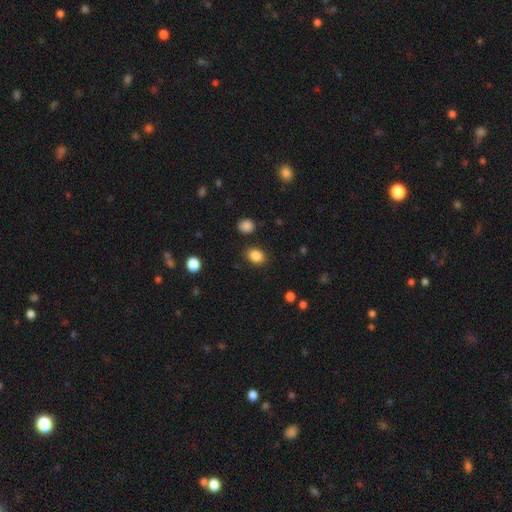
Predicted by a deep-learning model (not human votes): A smooth galaxy with no disk features (86%) that is in between round and cigar-shaped (58%).

Vote fractions:
- Smooth or featured? smooth: 86% / star or artifact: 10% / featured or disk: 4%
- How rounded? in between: 58% / round: 41% / cigar-shaped: 1%
- Merging? none: 85% / minor disturbance: 9% / major disturbance: 3% / merger: 3%